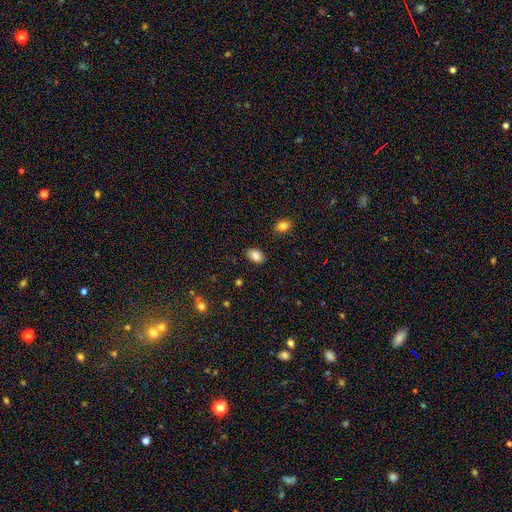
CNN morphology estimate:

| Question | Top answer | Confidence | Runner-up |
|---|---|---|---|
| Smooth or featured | smooth | 85% | star or artifact (8%) |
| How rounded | in between | 89% | round (9%) |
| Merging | none | 86% | minor disturbance (10%) |